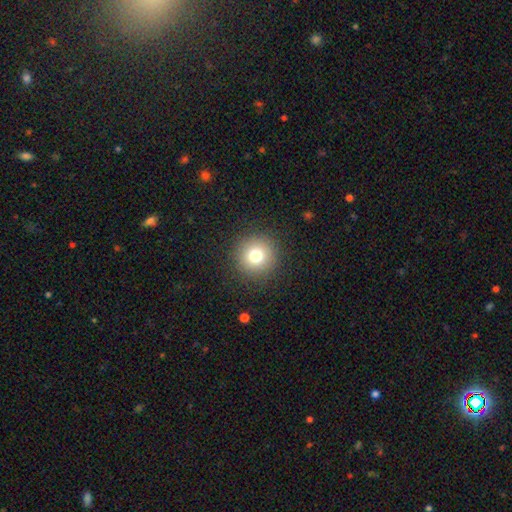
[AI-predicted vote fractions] smooth-or-featured: smooth: 77% | star or artifact: 13% | featured or disk: 10%
  how-rounded: round: 95% | in between: 4% | cigar-shaped: 1%
  merging: none: 90% | minor disturbance: 6% | major disturbance: 3% | merger: 1%